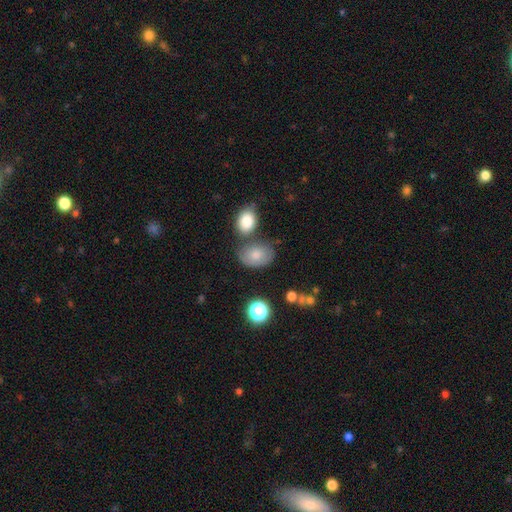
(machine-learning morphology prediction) This is likely a smooth galaxy (76%). How rounded: clearly in between (81%). Merging: possibly none (55%).